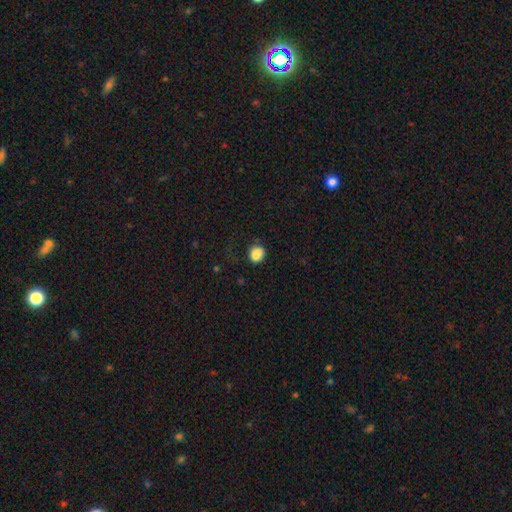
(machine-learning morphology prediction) Smooth or featured? Predicted: smooth (p=0.81). How rounded? Predicted: round (p=0.79). Merging? Predicted: none (p=0.54).